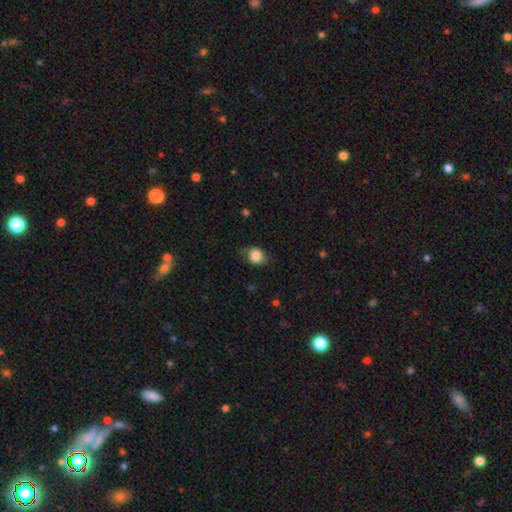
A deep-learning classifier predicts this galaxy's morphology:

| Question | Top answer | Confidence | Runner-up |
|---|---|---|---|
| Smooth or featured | smooth | 81% | featured or disk (10%) |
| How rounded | round | 64% | in between (35%) |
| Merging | none | 59% | minor disturbance (29%) |